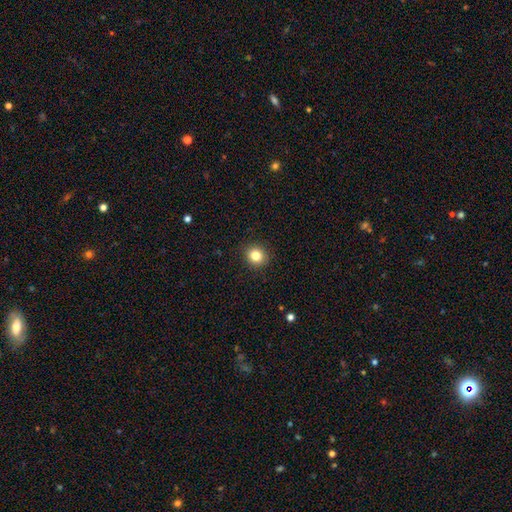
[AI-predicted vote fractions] Smooth or featured? smooth (83%)
How rounded? round (88%)
Merging? none (92%)